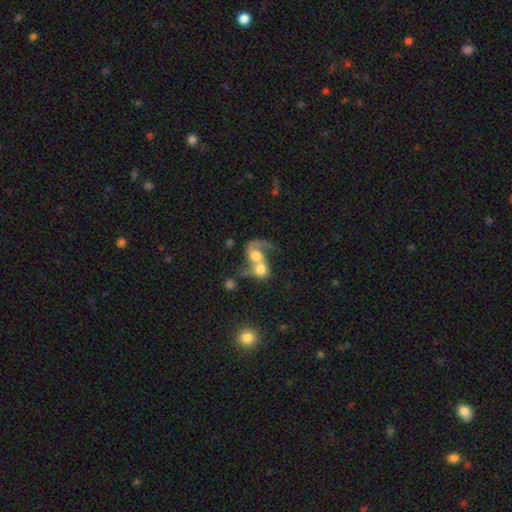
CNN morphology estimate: Q: Smooth or featured?
A: featured or disk (51%); runner-up: smooth (40%)
Q: Edge-on disk?
A: no (97%); runner-up: yes (3%)
Q: Merging?
A: merger (79%); runner-up: major disturbance (8%)